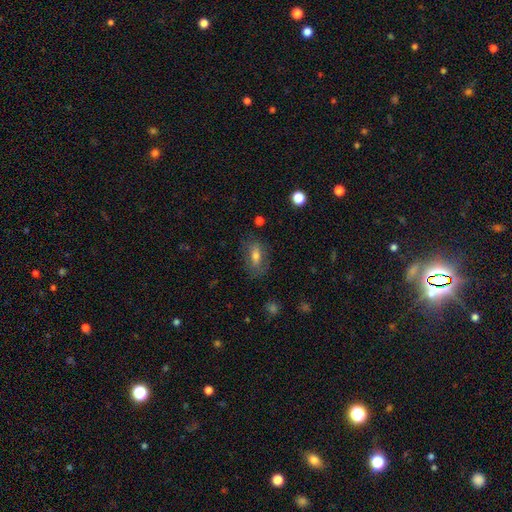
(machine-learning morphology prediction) Overall: smooth (61%; featured or disk 29%). How rounded: in between (76%). Merging: none (74%).